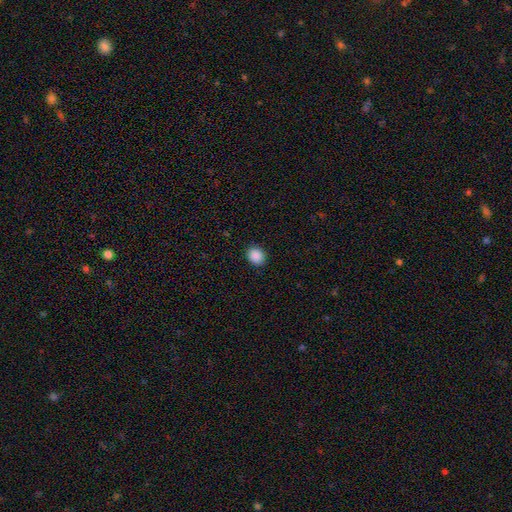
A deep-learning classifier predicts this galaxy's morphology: type=smooth (89%); roundness=round (62%); merging=none (90%).